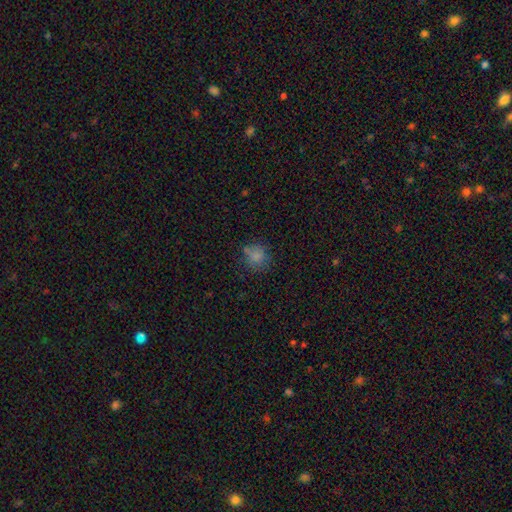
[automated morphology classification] Smooth or featured: smooth — 76% (star or artifact — 14%)
How rounded: round — 78% (in between — 21%)
Merging: none — 66% (minor disturbance — 22%)